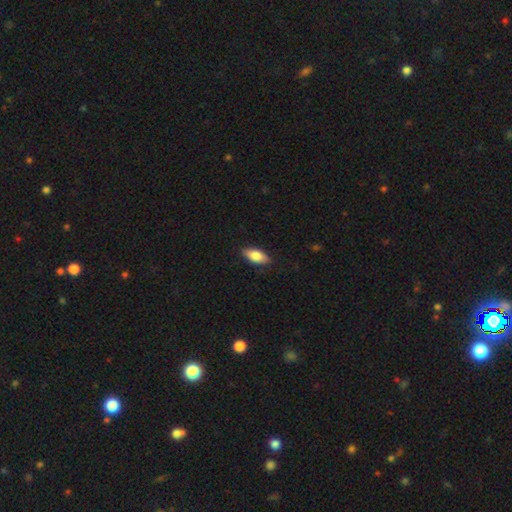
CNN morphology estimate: This appears to be a smooth galaxy with no disk features (81%) that is in between round and cigar-shaped (85%). Merging: none (87%).